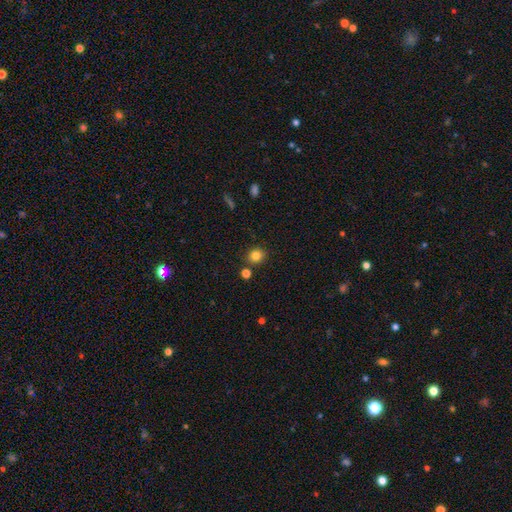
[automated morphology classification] Smooth or featured? smooth (82%)
How rounded? round (81%)
Merging? none (82%)